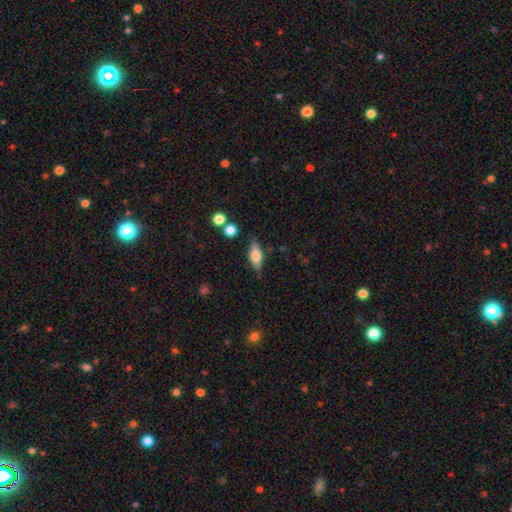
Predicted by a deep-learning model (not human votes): Smooth or featured?
  - smooth: 53% *
  - featured or disk: 39%
  - star or artifact: 8%
How rounded?
  - in between: 67% *
  - cigar-shaped: 29%
  - round: 4%
Merging?
  - none: 81% *
  - minor disturbance: 13%
  - major disturbance: 3%
  - merger: 3%